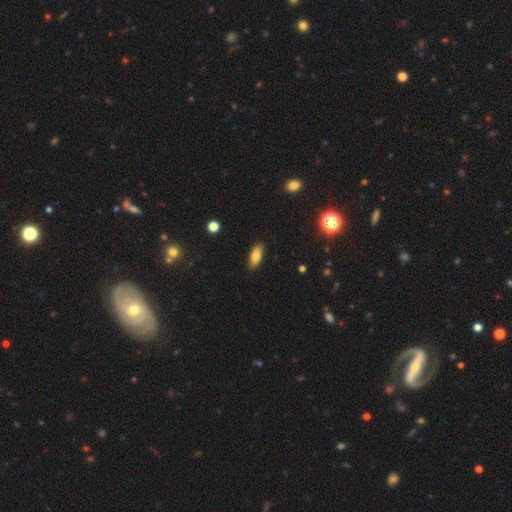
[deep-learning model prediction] A smooth galaxy with no disk features (78%) that is in between round and cigar-shaped (78%).

Vote fractions:
- Smooth or featured? smooth: 78% / featured or disk: 14% / star or artifact: 8%
- How rounded? in between: 78% / cigar-shaped: 19% / round: 3%
- Merging? none: 87% / minor disturbance: 10% / major disturbance: 2% / merger: 1%